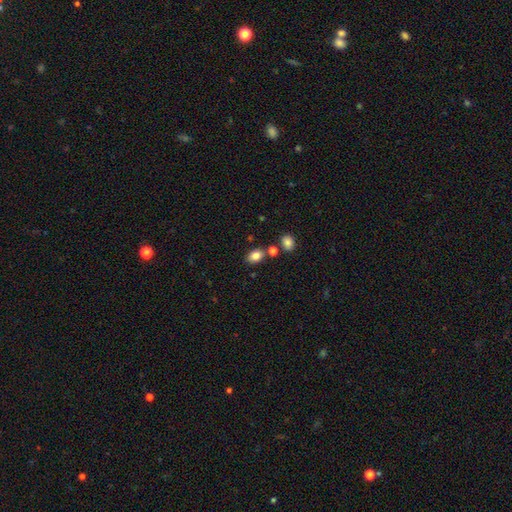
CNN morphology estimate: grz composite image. It shows a smooth galaxy with no disk features (83%) that is in between round and cigar-shaped (80%). Merging: none (75%).